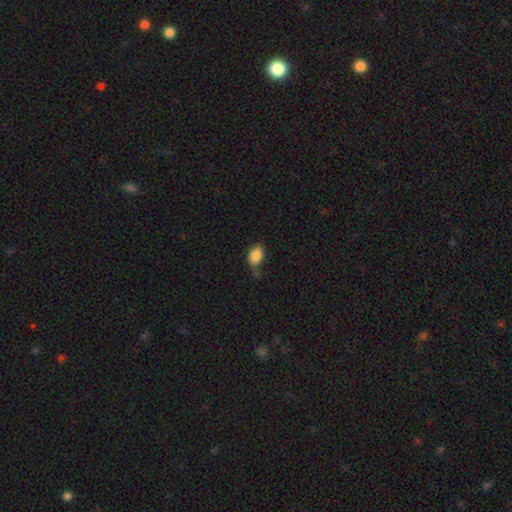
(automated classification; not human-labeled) Smooth or featured: smooth — 88% (star or artifact — 8%)
How rounded: in between — 88% (round — 11%)
Merging: none — 66% (minor disturbance — 24%)